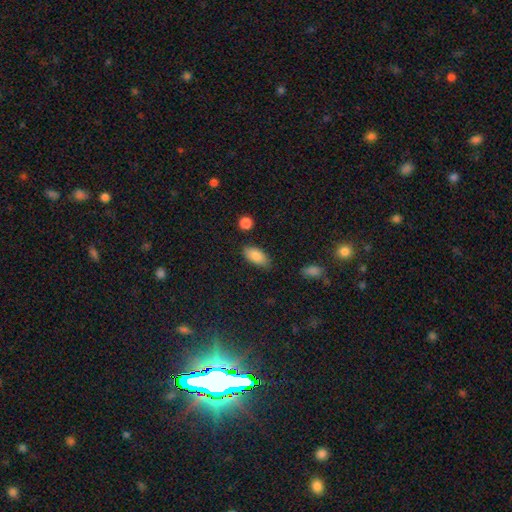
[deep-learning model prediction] The model was most divided on "merging": none: 80%, minor disturbance: 14%, major disturbance: 3%, merger: 3%. More confident: how rounded — in between (91%); smooth or featured — smooth (85%).